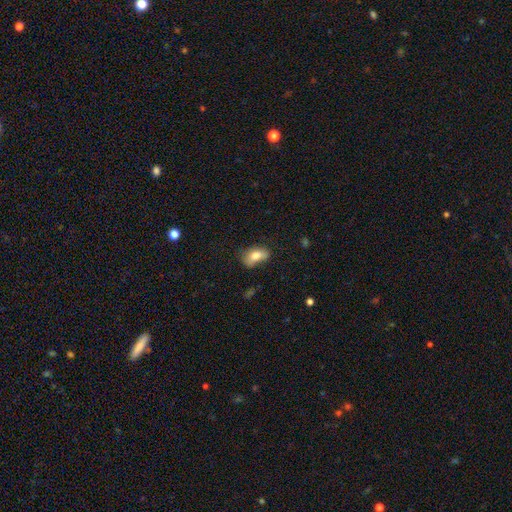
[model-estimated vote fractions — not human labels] Smooth or featured?
  - smooth: 78% *
  - featured or disk: 14%
  - star or artifact: 8%
How rounded?
  - in between: 88% *
  - round: 9%
  - cigar-shaped: 3%
Merging?
  - none: 55% *
  - minor disturbance: 31%
  - major disturbance: 10%
  - merger: 3%